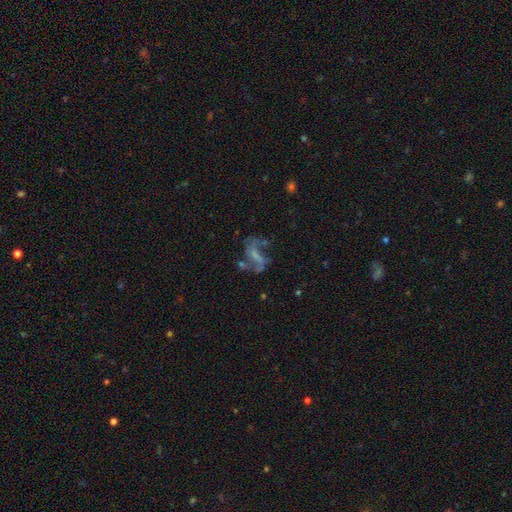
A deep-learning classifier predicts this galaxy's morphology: This appears to be a featured or disk galaxy (61%) with no bar (38%), spiral arms (60%) and no central bulge (53%). Merging: none (36%).